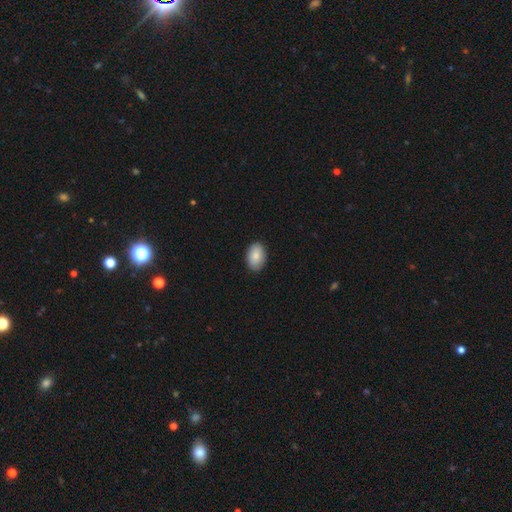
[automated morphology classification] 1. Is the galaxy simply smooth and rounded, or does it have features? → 86% smooth, 8% featured or disk, 7% star or artifact.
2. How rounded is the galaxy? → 88% in between, 11% round, 1% cigar-shaped.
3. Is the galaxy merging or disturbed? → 89% none, 8% minor disturbance, 2% major disturbance, 1% merger.